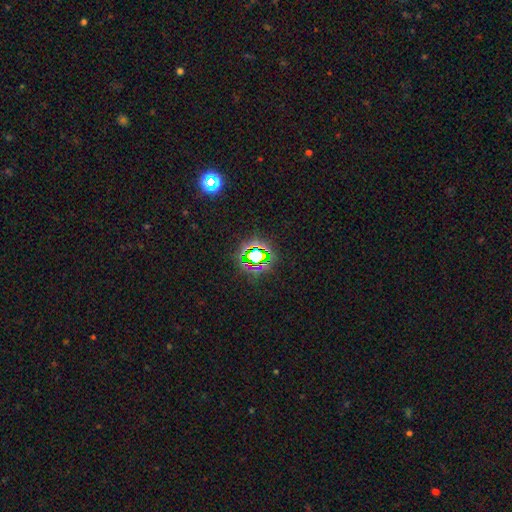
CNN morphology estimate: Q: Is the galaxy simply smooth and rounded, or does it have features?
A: star or artifact — 71%.